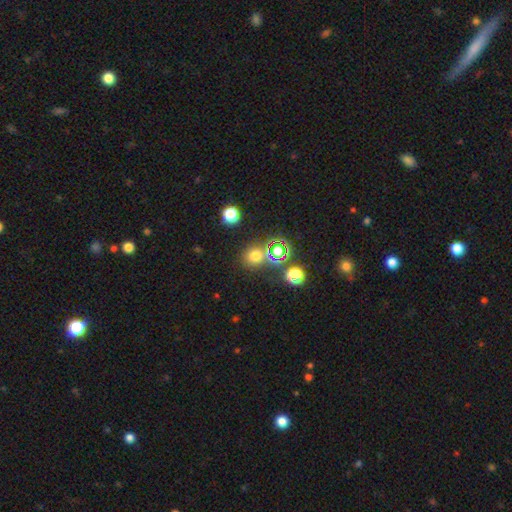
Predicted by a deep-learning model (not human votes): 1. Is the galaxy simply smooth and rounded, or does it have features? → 64% smooth, 29% star or artifact, 7% featured or disk.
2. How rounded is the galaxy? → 85% round, 14% in between, 1% cigar-shaped.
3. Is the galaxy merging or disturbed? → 75% none, 12% merger, 9% minor disturbance, 4% major disturbance.